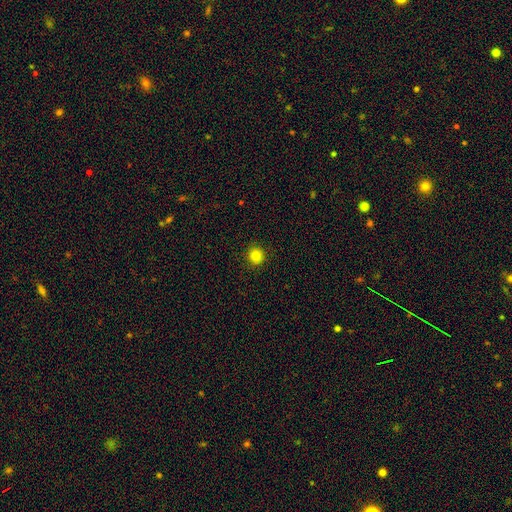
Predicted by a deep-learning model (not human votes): Overall: smooth (83%). How rounded: round (93%). Merging: none (92%).